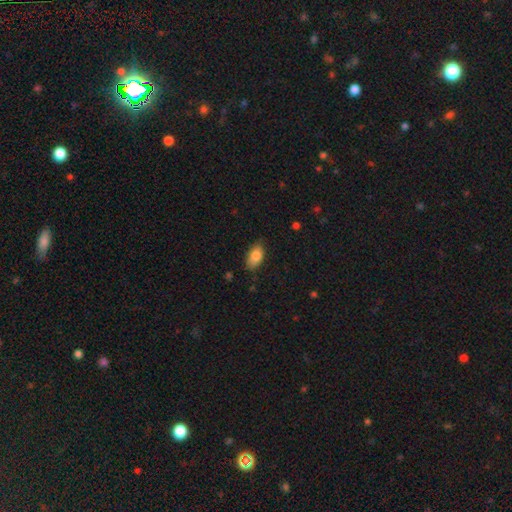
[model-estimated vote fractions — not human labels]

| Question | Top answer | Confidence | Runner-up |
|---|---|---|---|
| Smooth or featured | smooth | 86% | featured or disk (7%) |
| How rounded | in between | 92% | cigar-shaped (4%) |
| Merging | none | 78% | minor disturbance (18%) |